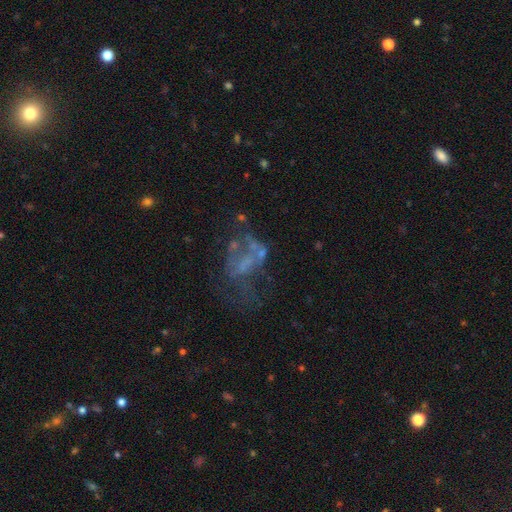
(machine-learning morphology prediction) Overall: featured or disk (59%; smooth 24%). Edge-on disk: no (97%). Bar: no (81%). Spiral arms: no (86%). Bulge size: none (68%). Merging: major disturbance (39%; none 29%).